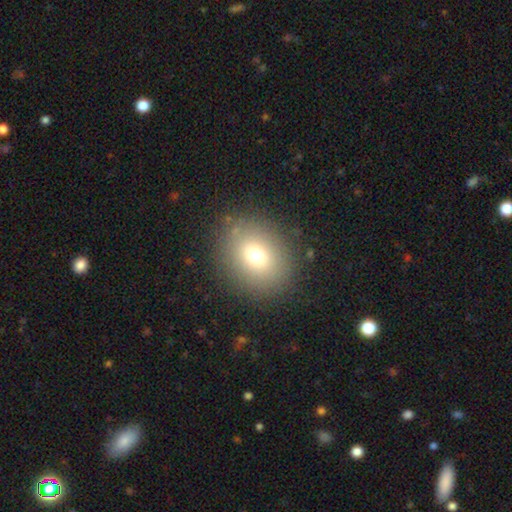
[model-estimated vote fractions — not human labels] This appears to be a smooth galaxy with no disk features (72%) that is round (60%). Merging: none (85%).